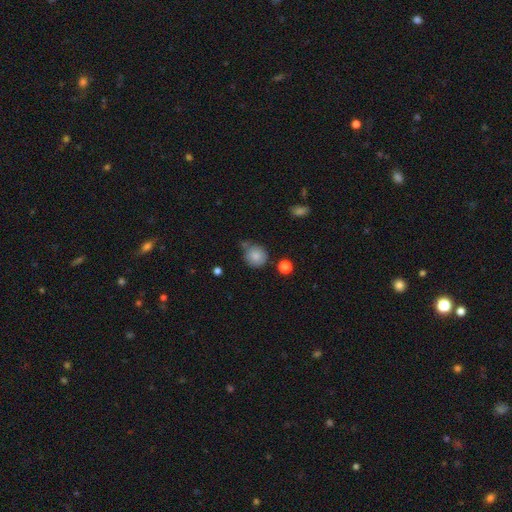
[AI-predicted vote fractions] Smooth or featured? smooth (84%)
How rounded? round (87%)
Merging? none (67%)